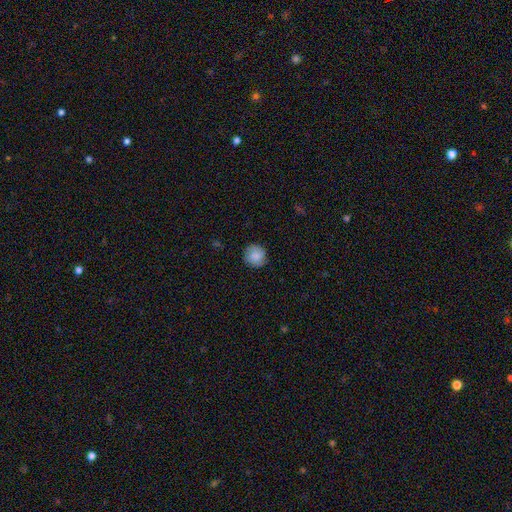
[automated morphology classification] smooth_or_featured: smooth (p=0.83) [alt: featured or disk p=0.10]
how_rounded: round (p=0.92) [alt: in between p=0.07]
merging: none (p=0.86) [alt: minor disturbance p=0.11]